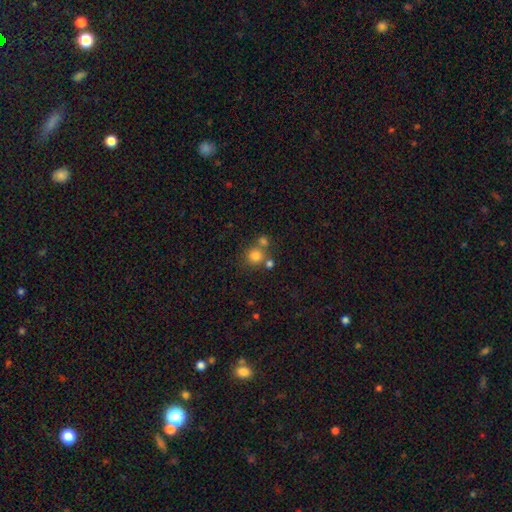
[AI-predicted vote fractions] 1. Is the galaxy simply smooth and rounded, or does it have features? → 77% smooth, 15% star or artifact, 8% featured or disk.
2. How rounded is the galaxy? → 89% round, 10% in between, 1% cigar-shaped.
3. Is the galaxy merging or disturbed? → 61% none, 27% merger, 8% minor disturbance, 4% major disturbance.